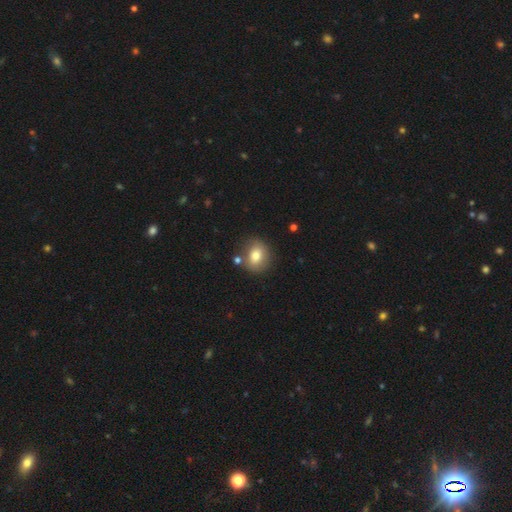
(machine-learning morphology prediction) smooth_or_featured: smooth (p=0.77) [alt: featured or disk p=0.14]
how_rounded: round (p=0.66) [alt: in between p=0.33]
merging: none (p=0.77) [alt: minor disturbance p=0.12]